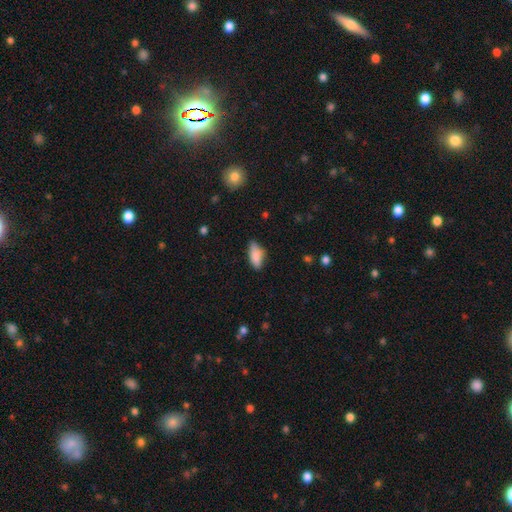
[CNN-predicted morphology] type=smooth (84%); roundness=in between (84%); merging=none (68%).